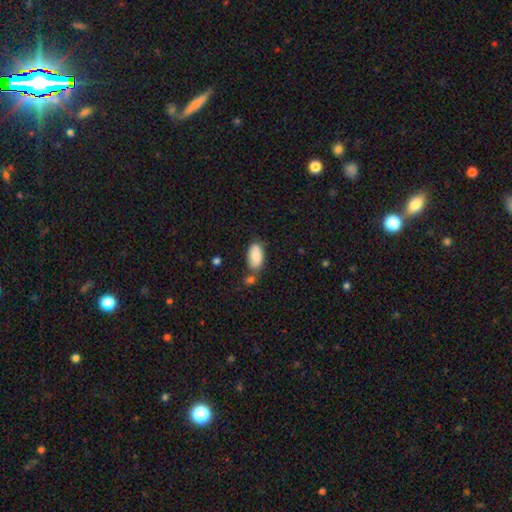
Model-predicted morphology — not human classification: smooth_or_featured: smooth (p=0.88) [alt: star or artifact p=0.07]
how_rounded: in between (p=0.94) [alt: cigar-shaped p=0.04]
merging: none (p=0.61) [alt: minor disturbance p=0.17]